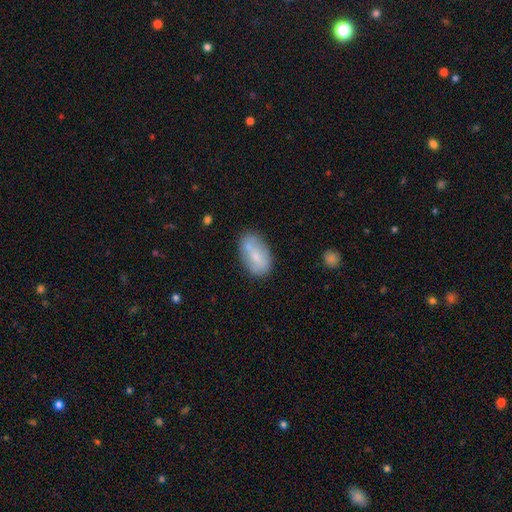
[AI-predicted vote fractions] Smooth or featured? smooth (63%)
How rounded? in between (91%)
Merging? none (68%)